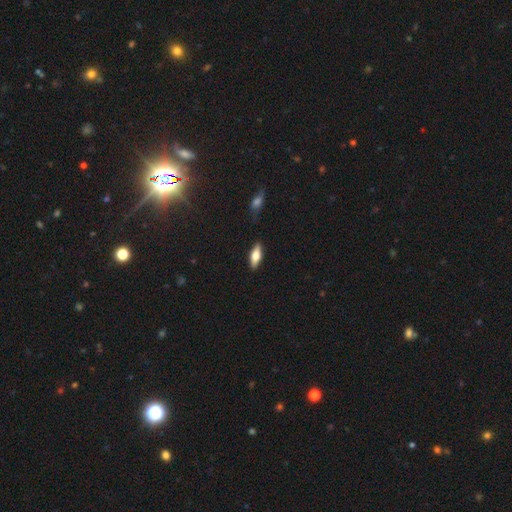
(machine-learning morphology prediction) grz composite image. It shows a smooth galaxy with no disk features (59%) that is in between round and cigar-shaped (65%). Merging: none (86%).